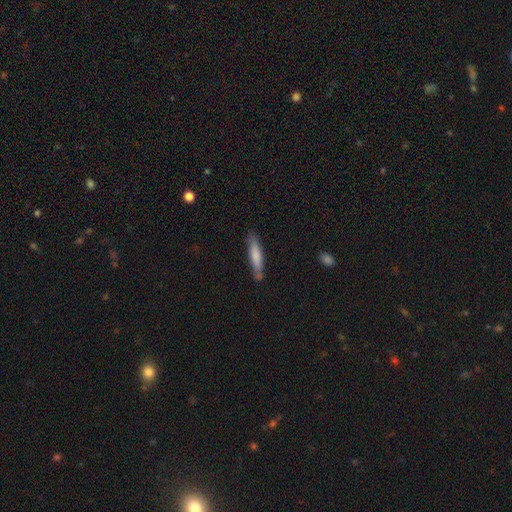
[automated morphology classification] smooth-or-featured: smooth: 75% | featured or disk: 19% | star or artifact: 5%
  how-rounded: cigar-shaped: 87% | in between: 12% | round: 1%
  merging: none: 77% | minor disturbance: 16% | merger: 4% | major disturbance: 3%